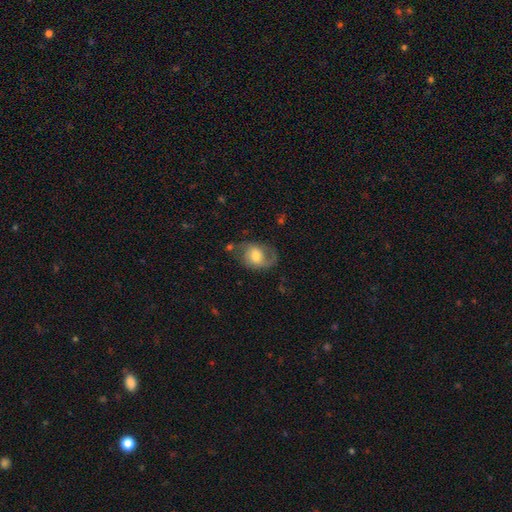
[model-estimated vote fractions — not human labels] smooth-or-featured: featured or disk: 48% | smooth: 44% | star or artifact: 8%
  merging: none: 53% | minor disturbance: 26% | major disturbance: 18% | merger: 3%